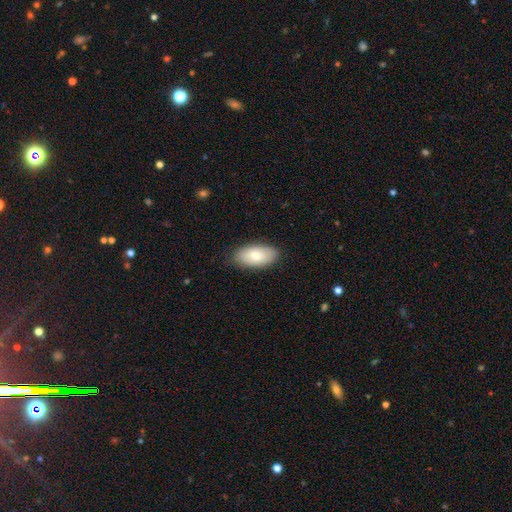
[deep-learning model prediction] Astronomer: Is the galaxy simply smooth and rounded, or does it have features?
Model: smooth — 81%.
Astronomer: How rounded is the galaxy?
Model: in between — 94%.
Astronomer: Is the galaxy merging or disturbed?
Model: none — 84%.